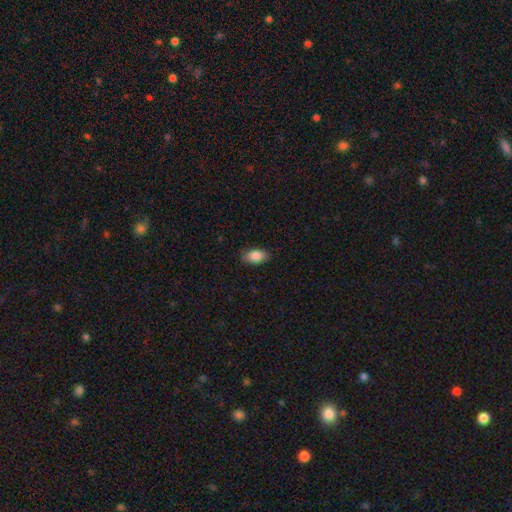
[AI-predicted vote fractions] This appears to be a smooth galaxy with no disk features (87%) that is in between round and cigar-shaped (92%). Merging: none (85%).